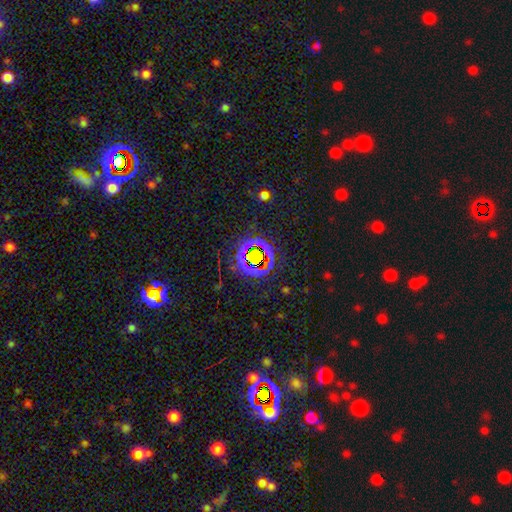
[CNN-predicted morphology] The model was most divided on "smooth or featured": star or artifact: 76%, smooth: 14%, featured or disk: 10%.